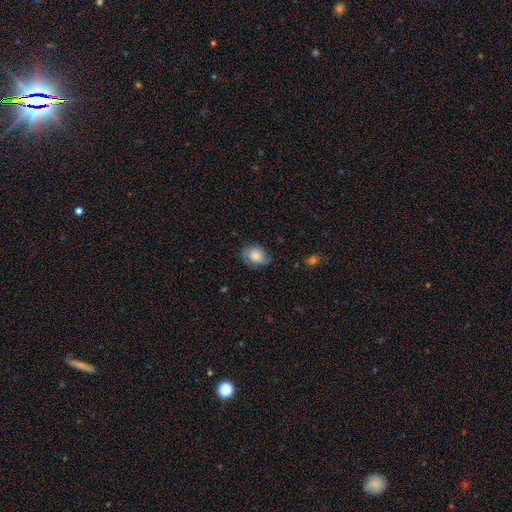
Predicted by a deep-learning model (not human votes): Smooth or featured? smooth (74%)
How rounded? in between (65%)
Merging? none (69%)